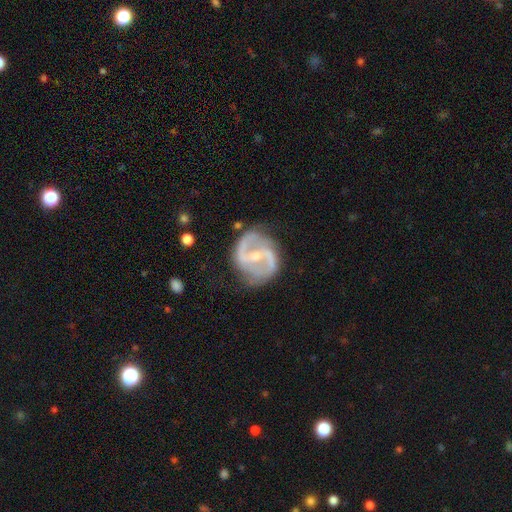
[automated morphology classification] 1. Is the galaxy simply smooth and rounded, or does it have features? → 89% featured or disk, 6% smooth, 5% star or artifact.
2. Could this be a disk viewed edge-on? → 97% no, 3% yes.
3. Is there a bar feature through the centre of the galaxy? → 43% strong, 38% weak, 19% no.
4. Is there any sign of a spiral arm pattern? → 95% yes, 5% no.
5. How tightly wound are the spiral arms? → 54% medium, 27% loose, 19% tight.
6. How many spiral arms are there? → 91% 2, 4% can't tell, 2% 1, 2% 3, 1% 4, 1% more than 4.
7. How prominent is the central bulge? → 56% small, 41% moderate, 1% none, 1% large, 1% dominant.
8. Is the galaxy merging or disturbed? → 73% none, 19% minor disturbance, 7% major disturbance, 2% merger.